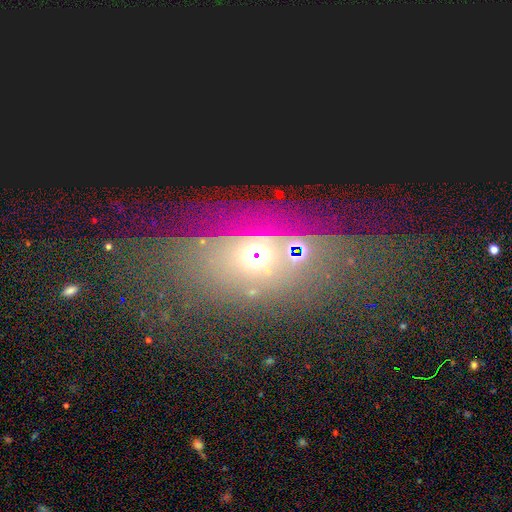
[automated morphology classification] smooth_or_featured: smooth (p=0.36) [alt: star or artifact p=0.33]
merging: none (p=0.52) [alt: major disturbance p=0.19]